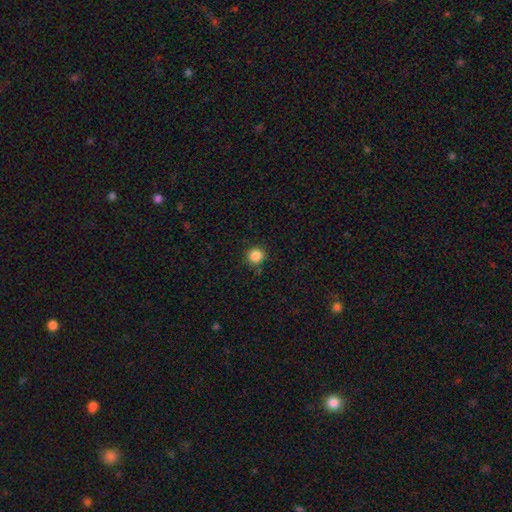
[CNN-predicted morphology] This appears to be a smooth galaxy with no disk features (85%) that is round (91%). Merging: none (85%).